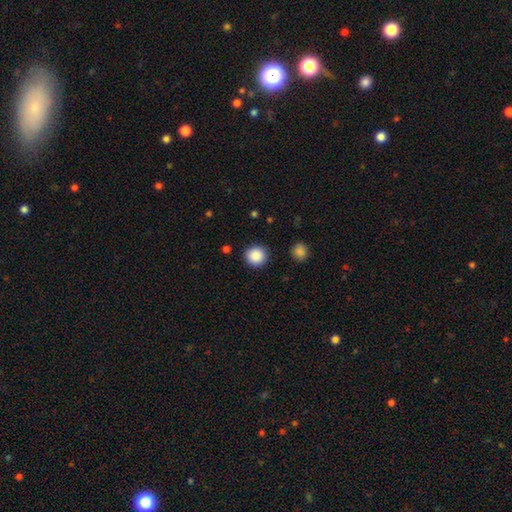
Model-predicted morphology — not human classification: Smooth or featured?
  - smooth: 88% *
  - star or artifact: 9%
  - featured or disk: 3%
How rounded?
  - round: 95% *
  - in between: 4%
  - cigar-shaped: 1%
Merging?
  - none: 91% *
  - minor disturbance: 6%
  - major disturbance: 2%
  - merger: 1%